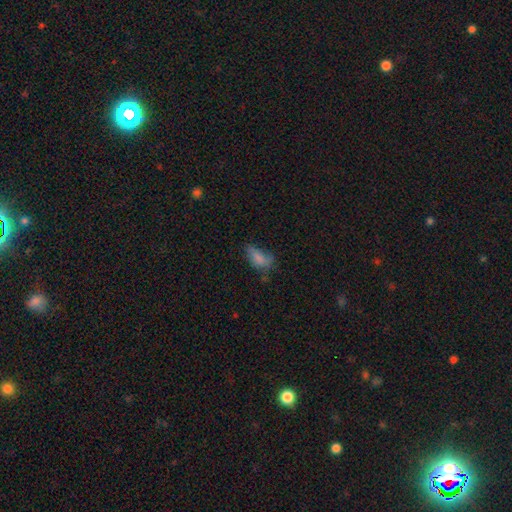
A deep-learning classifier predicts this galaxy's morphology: Smooth or featured: smooth — 69% (featured or disk — 18%)
How rounded: in between — 84% (cigar-shaped — 11%)
Merging: none — 38% (minor disturbance — 34%)